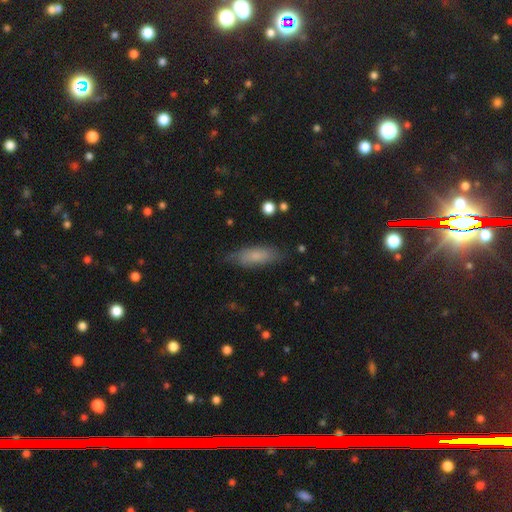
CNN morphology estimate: A smooth galaxy with no disk features (76%) that is in between round and cigar-shaped (60%). Merging: none (78%).